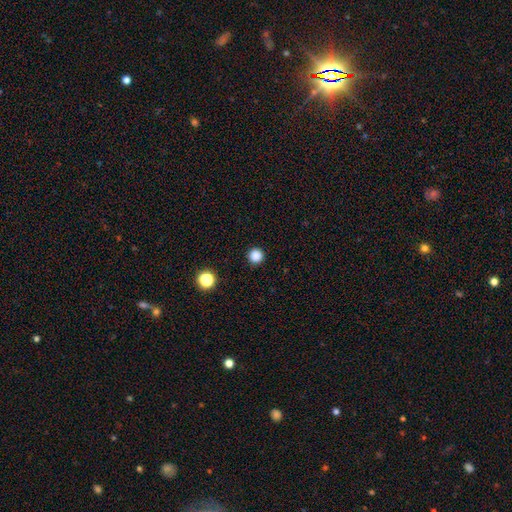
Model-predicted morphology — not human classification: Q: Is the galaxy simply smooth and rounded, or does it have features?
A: smooth — 85%.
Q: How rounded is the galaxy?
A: round — 96%.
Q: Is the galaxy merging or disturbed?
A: none — 93%.